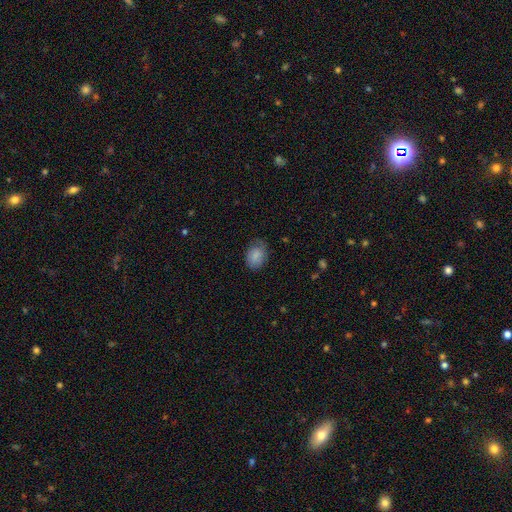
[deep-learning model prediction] A smooth galaxy with no disk features (83%) that is in between round and cigar-shaped (72%). Merging: none (68%).